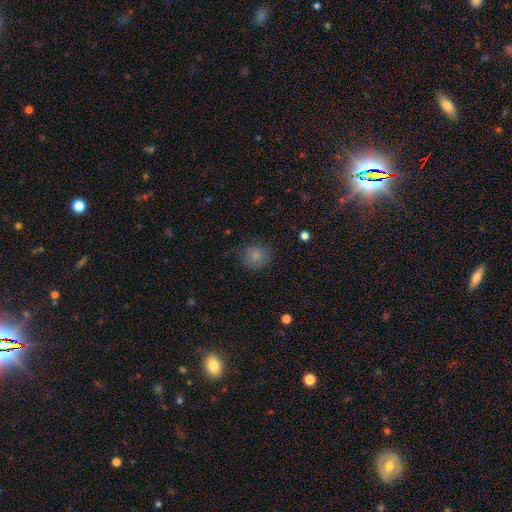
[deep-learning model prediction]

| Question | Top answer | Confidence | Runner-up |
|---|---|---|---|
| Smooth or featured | smooth | 83% | star or artifact (11%) |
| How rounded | round | 86% | in between (13%) |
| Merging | none | 77% | minor disturbance (17%) |